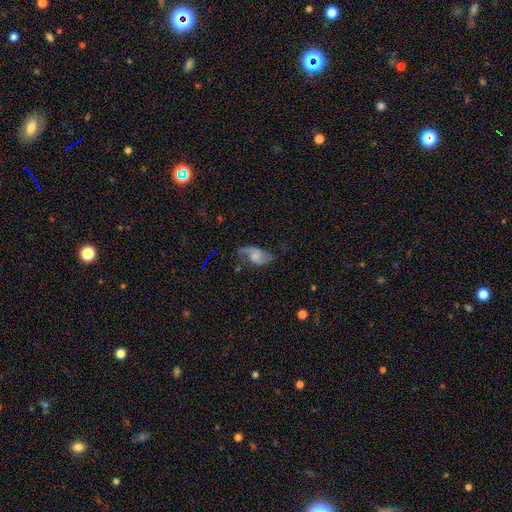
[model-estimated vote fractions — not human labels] Smooth or featured: featured or disk — 61% (smooth — 30%)
Edge-on disk: no — 95% (yes — 5%)
Bar: no — 53% (weak — 38%)
Spiral arms: yes — 88% (no — 12%)
Spiral winding: loose — 69% (medium — 25%)
Spiral arm count: 2 — 84% (1 — 7%)
Bulge size: none — 35% (small — 26%)
Merging: none — 54% (minor disturbance — 26%)